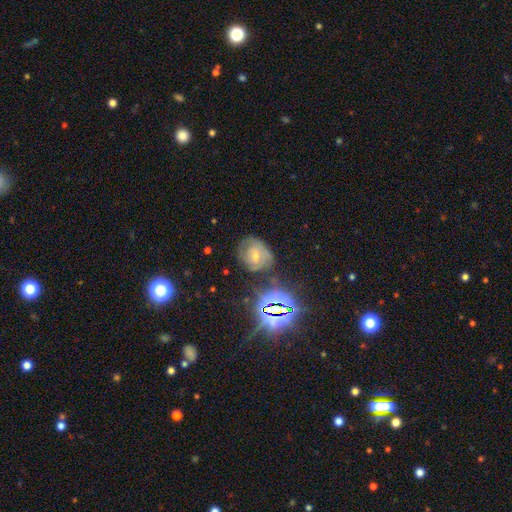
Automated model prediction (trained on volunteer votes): smooth-or-featured: featured or disk: 44% | star or artifact: 34% | smooth: 22%
  merging: none: 70% | minor disturbance: 19% | major disturbance: 7% | merger: 3%